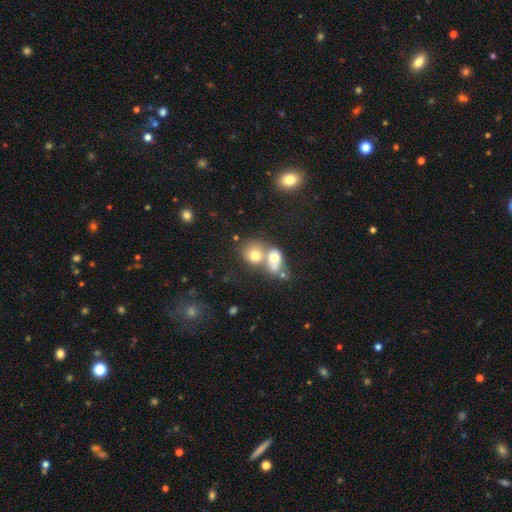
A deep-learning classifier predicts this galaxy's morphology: The model was most divided on "how rounded": round: 65%, in between: 34%, cigar-shaped: 1%. More confident: smooth or featured — smooth (68%); merging — merger (62%).